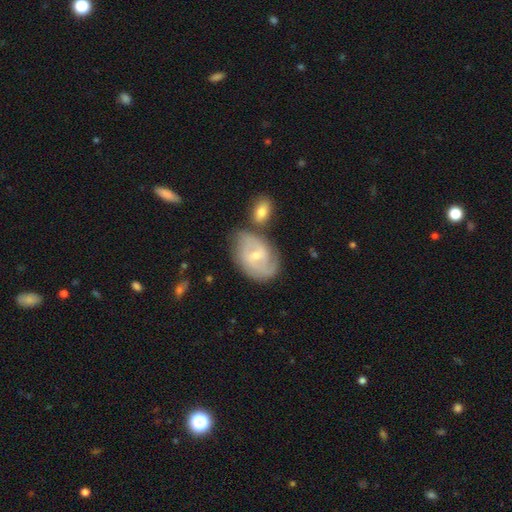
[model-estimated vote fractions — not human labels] Smooth or featured? Predicted: featured or disk (p=0.72). Edge-on disk? Predicted: no (p=0.96). Bar? Predicted: weak (p=0.59). Spiral arms? Predicted: yes (p=0.87). Spiral winding? Predicted: medium (p=0.44). Spiral arm count? Predicted: 2 (p=0.64). Bulge size? Predicted: small (p=0.60). Merging? Predicted: none (p=0.61).